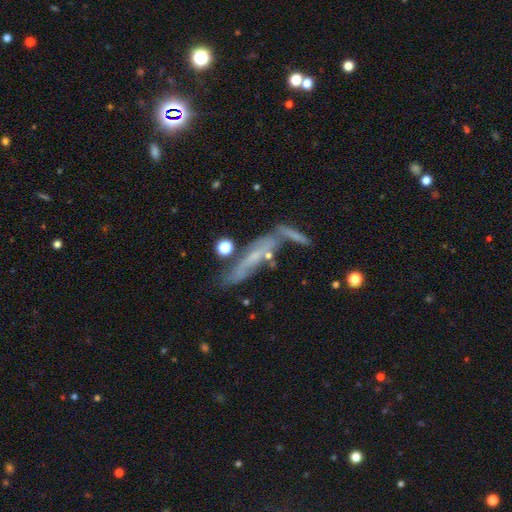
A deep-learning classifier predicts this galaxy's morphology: type=featured or disk (54%); edge-on=yes (54%); merging=none (41%).